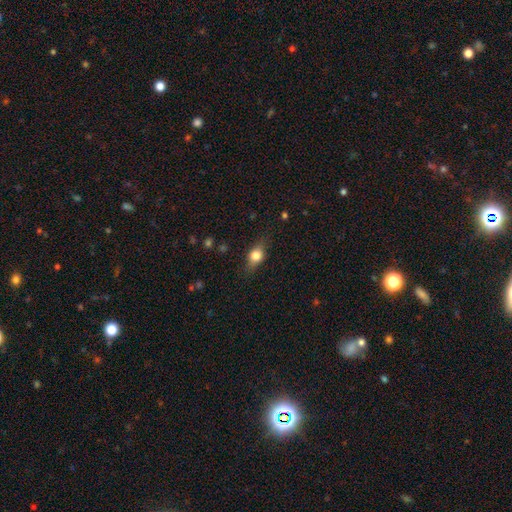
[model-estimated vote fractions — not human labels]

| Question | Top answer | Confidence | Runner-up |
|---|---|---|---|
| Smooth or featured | smooth | 69% | featured or disk (22%) |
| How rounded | in between | 64% | round (26%) |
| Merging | none | 78% | minor disturbance (16%) |